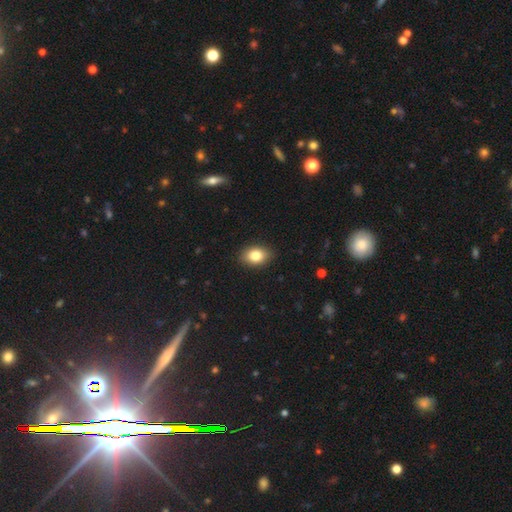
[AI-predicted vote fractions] smooth_or_featured: smooth (p=0.82) [alt: featured or disk p=0.09]
how_rounded: in between (p=0.77) [alt: round p=0.22]
merging: none (p=0.88) [alt: minor disturbance p=0.09]